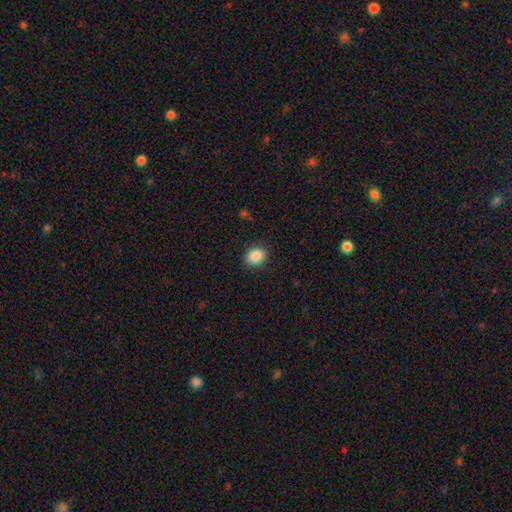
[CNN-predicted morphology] Smooth or featured? smooth (87%)
How rounded? in between (51%)
Merging? none (89%)